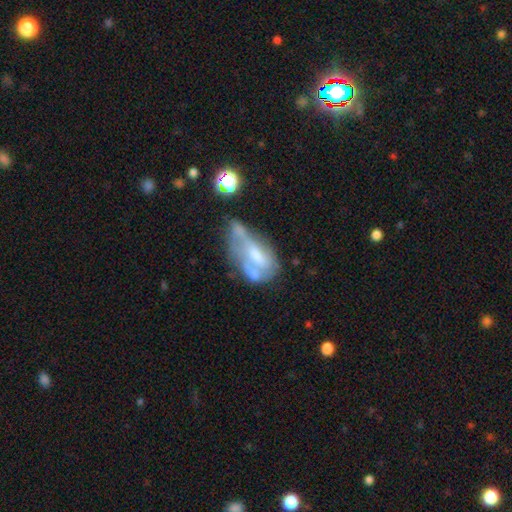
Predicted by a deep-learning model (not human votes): Morphology: type=featured or disk (55%); edge-on=no (92%); bar=no (60%); spiral arms=no (71%); bulge=moderate (41%); merging=major disturbance (30%).